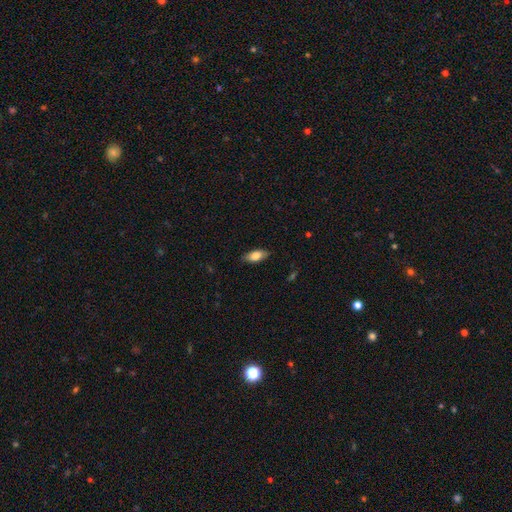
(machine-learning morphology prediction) Smooth or featured? smooth (80%)
How rounded? in between (83%)
Merging? none (84%)